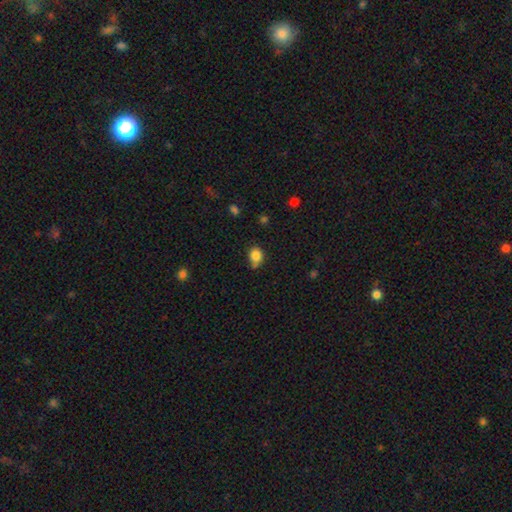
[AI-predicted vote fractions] A smooth galaxy with no disk features (84%) that is round (53%). Merging: none (57%).